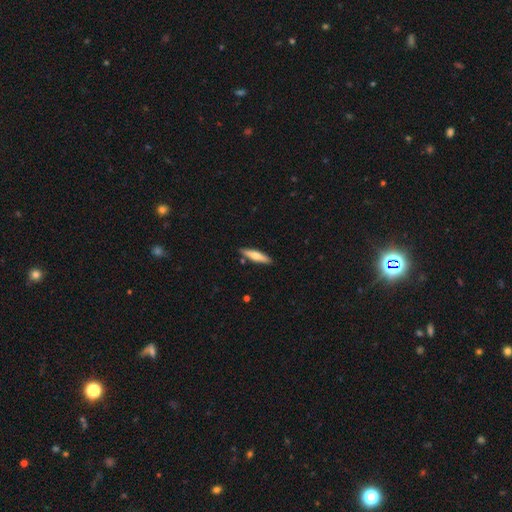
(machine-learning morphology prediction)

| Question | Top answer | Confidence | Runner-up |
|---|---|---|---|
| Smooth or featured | smooth | 63% | featured or disk (32%) |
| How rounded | cigar-shaped | 77% | in between (21%) |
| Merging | none | 87% | minor disturbance (9%) |